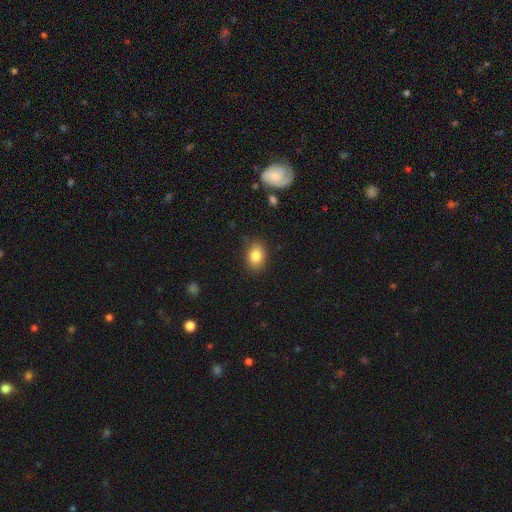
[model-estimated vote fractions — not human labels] Smooth or featured?
  - smooth: 84% *
  - star or artifact: 9%
  - featured or disk: 7%
How rounded?
  - in between: 69% *
  - round: 30%
  - cigar-shaped: 1%
Merging?
  - none: 85% *
  - minor disturbance: 11%
  - major disturbance: 3%
  - merger: 1%